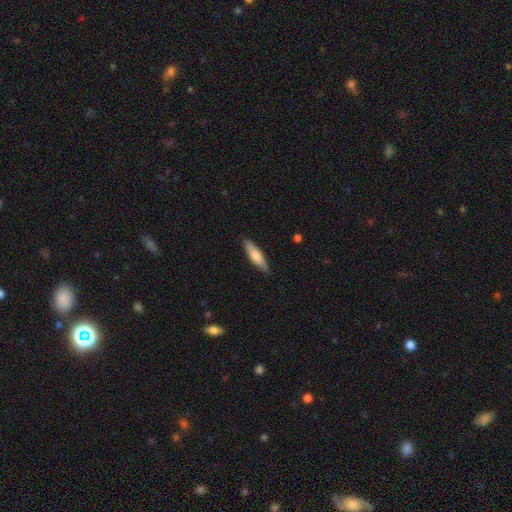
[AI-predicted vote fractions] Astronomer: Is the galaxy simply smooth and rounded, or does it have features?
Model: smooth — 71%.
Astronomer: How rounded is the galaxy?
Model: cigar-shaped — 64%.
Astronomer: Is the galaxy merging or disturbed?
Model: none — 85%.